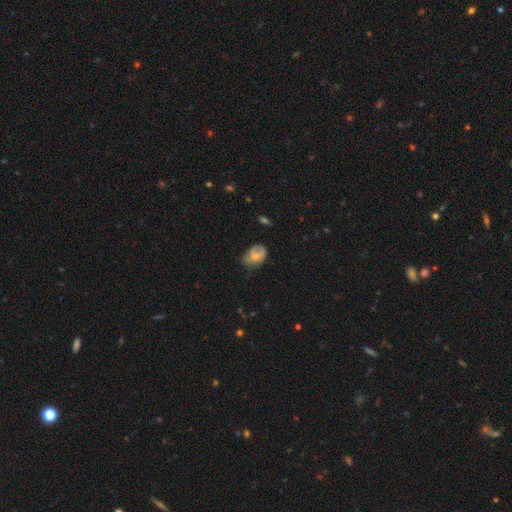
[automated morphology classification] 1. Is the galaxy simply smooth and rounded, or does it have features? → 57% smooth, 35% featured or disk, 8% star or artifact.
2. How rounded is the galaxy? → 77% in between, 22% round, 1% cigar-shaped.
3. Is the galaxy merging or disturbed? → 42% none, 38% minor disturbance, 18% major disturbance, 2% merger.